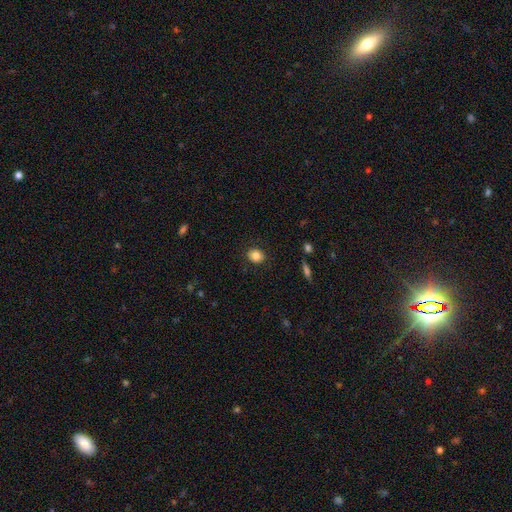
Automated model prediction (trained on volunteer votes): smooth 83%, star or artifact 10%, featured or disk 6%. Down the decision tree: how rounded — round (73%); merging — none (88%).